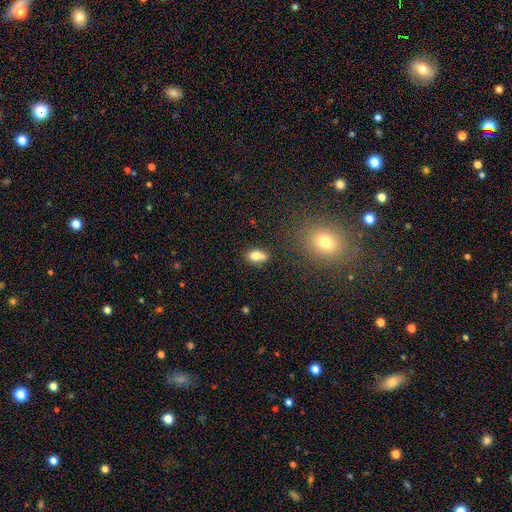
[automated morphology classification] smooth_or_featured: smooth (p=0.77) [alt: featured or disk p=0.13]
how_rounded: in between (p=0.82) [alt: round p=0.14]
merging: none (p=0.61) [alt: minor disturbance p=0.19]